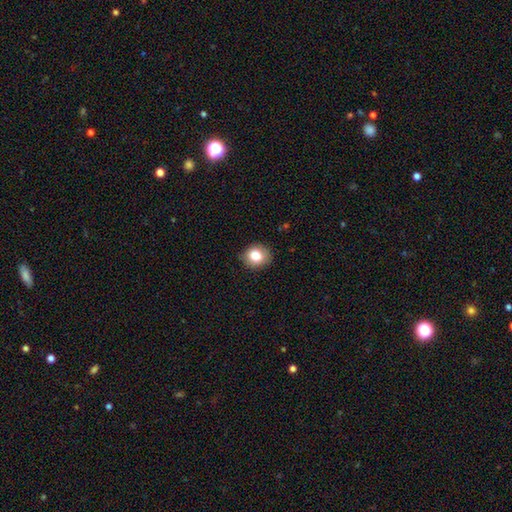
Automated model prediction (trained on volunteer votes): The model was most divided on "how rounded": round: 75%, in between: 25%, cigar-shaped: 1%. More confident: merging — none (85%); smooth or featured — smooth (81%).